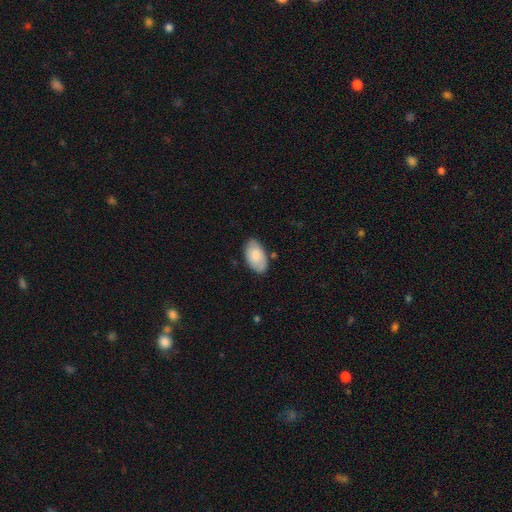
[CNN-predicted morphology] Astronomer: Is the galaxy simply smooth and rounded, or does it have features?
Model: smooth — 79%.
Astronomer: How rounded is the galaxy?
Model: in between — 95%.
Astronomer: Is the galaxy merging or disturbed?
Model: none — 80%.